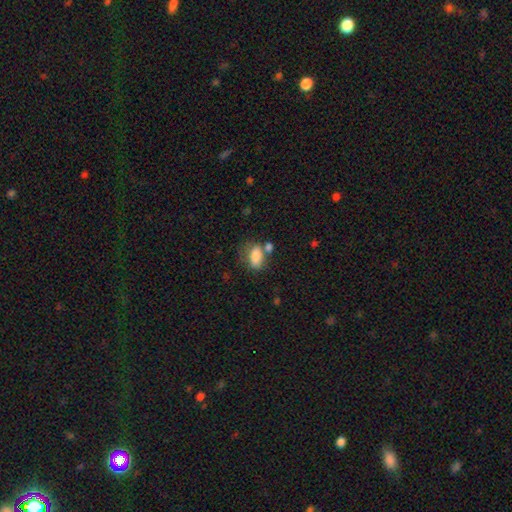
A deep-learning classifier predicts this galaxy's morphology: Smooth or featured?
  - smooth: 82% *
  - featured or disk: 9%
  - star or artifact: 9%
How rounded?
  - in between: 86% *
  - round: 8%
  - cigar-shaped: 5%
Merging?
  - none: 45% *
  - merger: 24%
  - minor disturbance: 20%
  - major disturbance: 10%